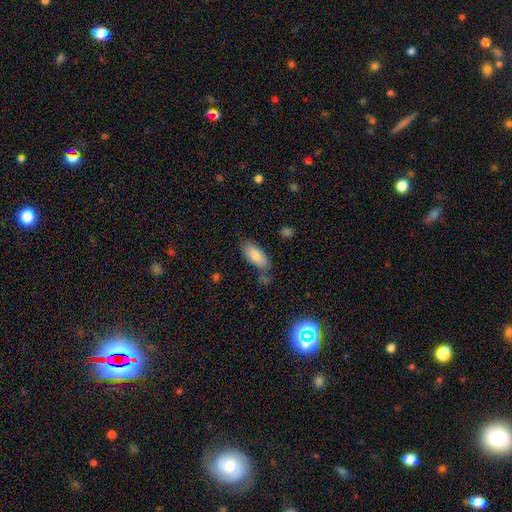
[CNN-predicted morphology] smooth_or_featured: smooth (p=0.82) [alt: featured or disk p=0.11]
how_rounded: in between (p=0.87) [alt: cigar-shaped p=0.11]
merging: none (p=0.70) [alt: minor disturbance p=0.18]